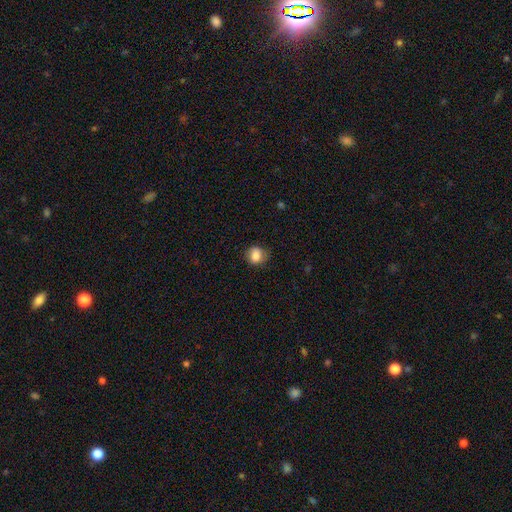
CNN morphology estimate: smooth-or-featured: smooth: 83% | star or artifact: 9% | featured or disk: 7%
  how-rounded: round: 71% | in between: 28% | cigar-shaped: 1%
  merging: none: 77% | minor disturbance: 17% | major disturbance: 4% | merger: 1%